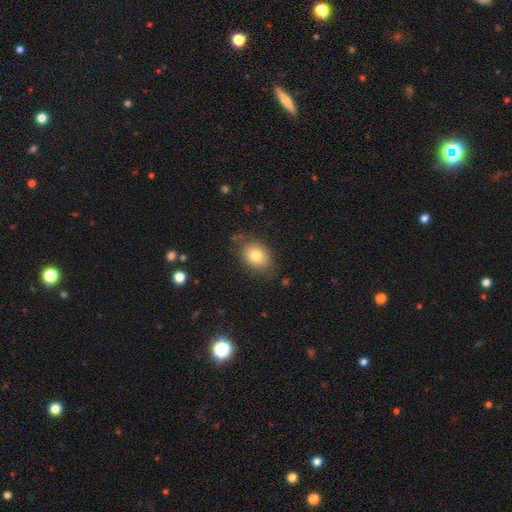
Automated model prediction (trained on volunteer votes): A smooth galaxy with no disk features (80%) that is in between round and cigar-shaped (63%). Merging: none (79%).